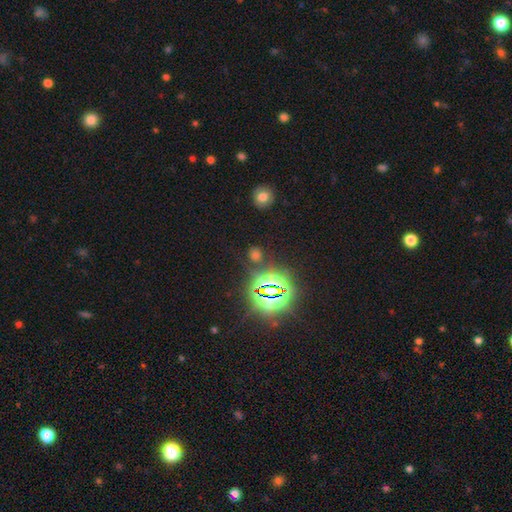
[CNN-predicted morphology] Q: Smooth or featured?
A: star or artifact (52%); runner-up: smooth (41%)